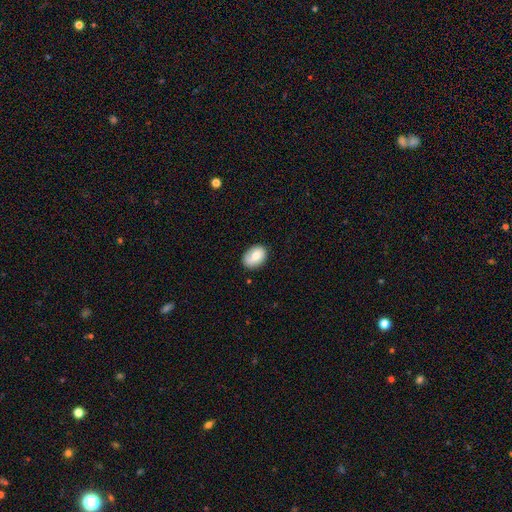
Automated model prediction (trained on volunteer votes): Smooth or featured?
  - smooth: 64% *
  - featured or disk: 28%
  - star or artifact: 7%
How rounded?
  - in between: 75% *
  - round: 24%
  - cigar-shaped: 1%
Merging?
  - none: 79% *
  - minor disturbance: 16%
  - major disturbance: 4%
  - merger: 1%